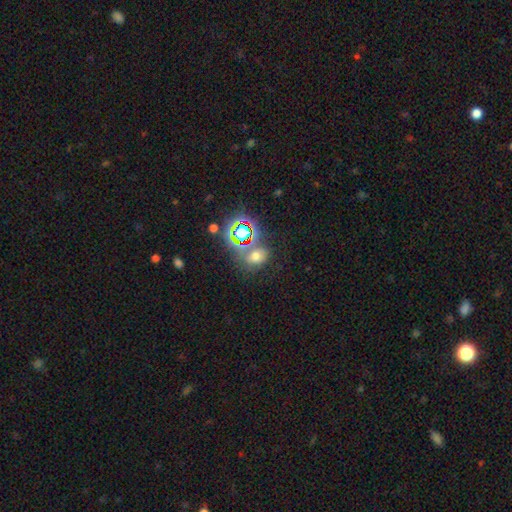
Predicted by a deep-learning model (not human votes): Morphology: type=smooth (55%); roundness=round (51%); merging=none (62%).